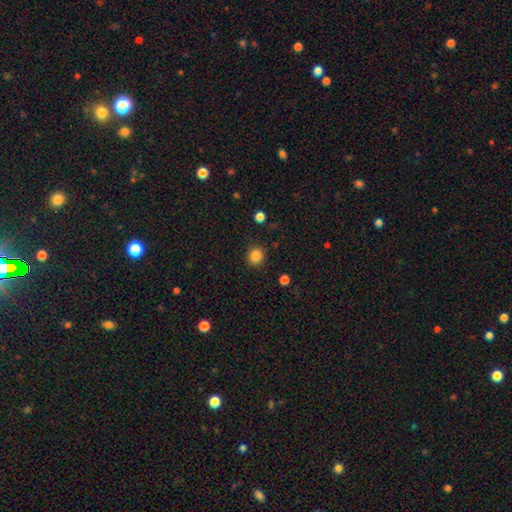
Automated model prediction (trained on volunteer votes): smooth_or_featured: smooth (p=0.86) [alt: star or artifact p=0.11]
how_rounded: round (p=0.86) [alt: in between p=0.13]
merging: none (p=0.88) [alt: minor disturbance p=0.08]